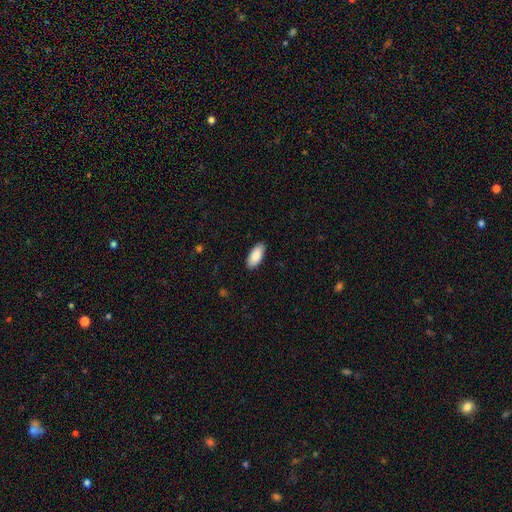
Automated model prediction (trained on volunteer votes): Smooth or featured? smooth (89%)
How rounded? in between (91%)
Merging? none (89%)